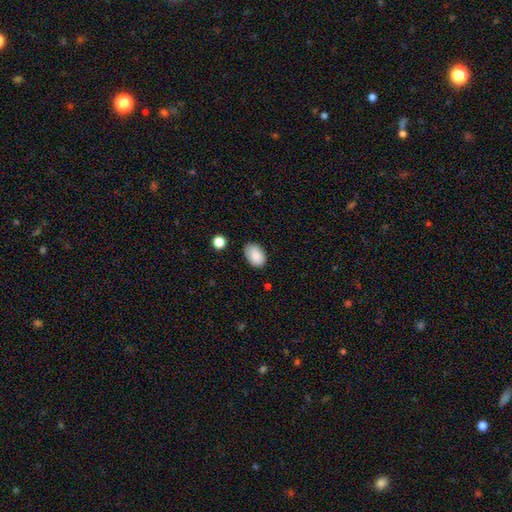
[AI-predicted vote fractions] A smooth galaxy with no disk features (87%) that is in between round and cigar-shaped (88%).

Vote fractions:
- Smooth or featured? smooth: 87% / star or artifact: 7% / featured or disk: 5%
- How rounded? in between: 88% / round: 11% / cigar-shaped: 1%
- Merging? none: 77% / minor disturbance: 18% / major disturbance: 3% / merger: 2%